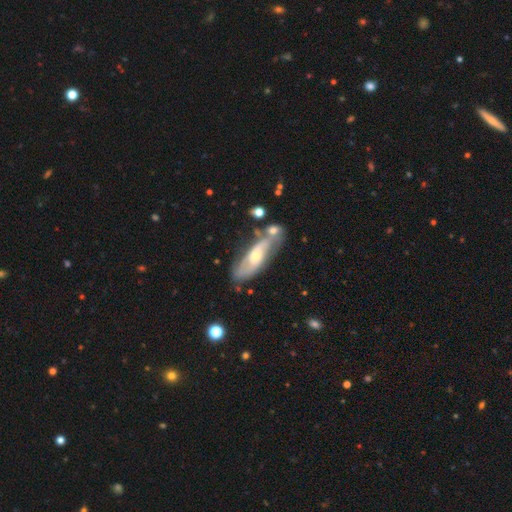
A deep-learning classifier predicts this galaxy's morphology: This is likely a featured or disk galaxy (67%). It is likely not viewed edge-on (77%). Bar: possibly no (55%). Spiral arm pattern: likely yes (75%). Central bulge: possibly moderate (51%). Merging: possibly none (56%).